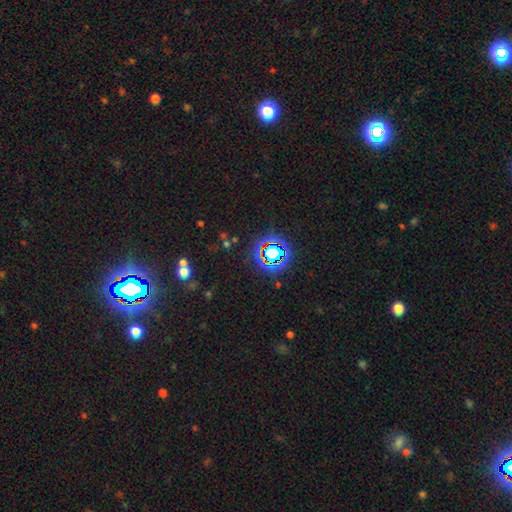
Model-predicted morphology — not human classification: A star or artifact, not a galaxy (80%).

Vote fractions:
- Smooth or featured? star or artifact: 80% / smooth: 11% / featured or disk: 8%